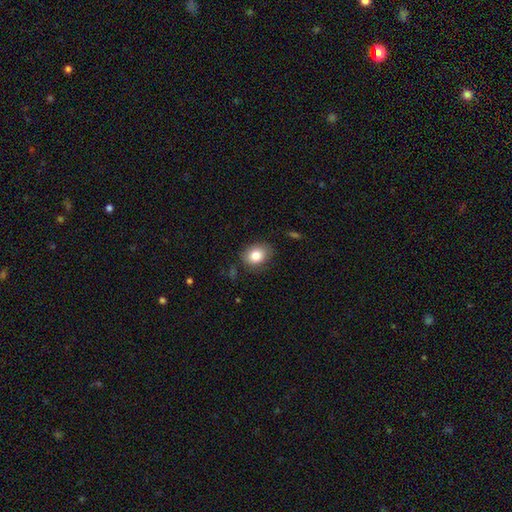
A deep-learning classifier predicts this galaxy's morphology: smooth_or_featured: smooth (p=0.82) [alt: star or artifact p=0.09]
how_rounded: in between (p=0.56) [alt: round p=0.43]
merging: none (p=0.81) [alt: minor disturbance p=0.14]